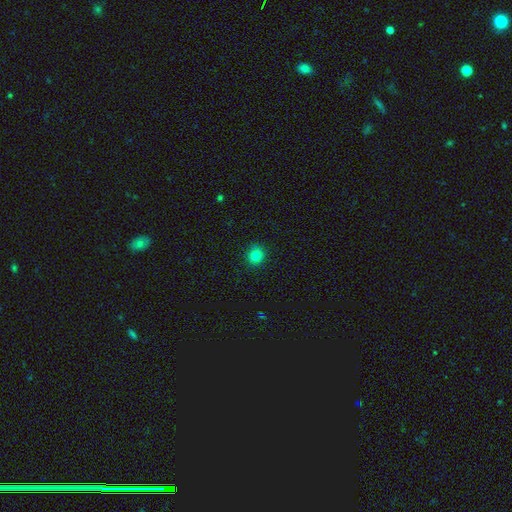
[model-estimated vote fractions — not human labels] A smooth galaxy with no disk features (83%) that is round (88%).

Vote fractions:
- Smooth or featured? smooth: 83% / star or artifact: 12% / featured or disk: 5%
- How rounded? round: 88% / in between: 11% / cigar-shaped: 1%
- Merging? none: 90% / minor disturbance: 7% / major disturbance: 2% / merger: 1%